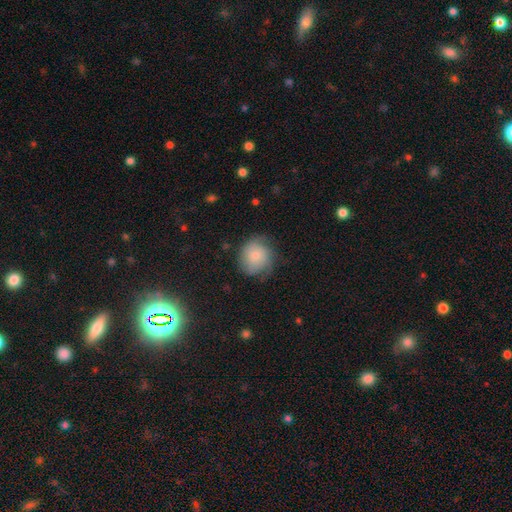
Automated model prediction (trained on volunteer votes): Morphology: type=smooth (66%); roundness=round (84%); merging=none (61%).